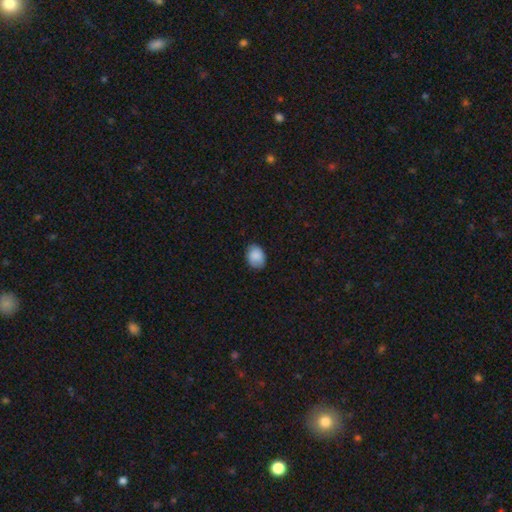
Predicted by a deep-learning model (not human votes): Smooth or featured? smooth (87%)
How rounded? in between (70%)
Merging? none (81%)